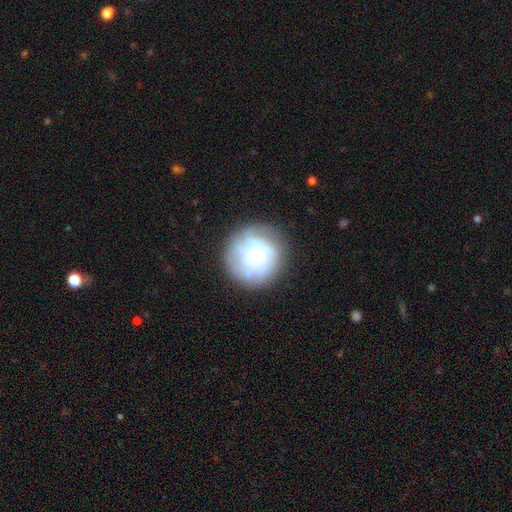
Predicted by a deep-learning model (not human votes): Smooth or featured: smooth — 50% (featured or disk — 41%)
How rounded: round — 90% (in between — 9%)
Merging: none — 69% (minor disturbance — 19%)